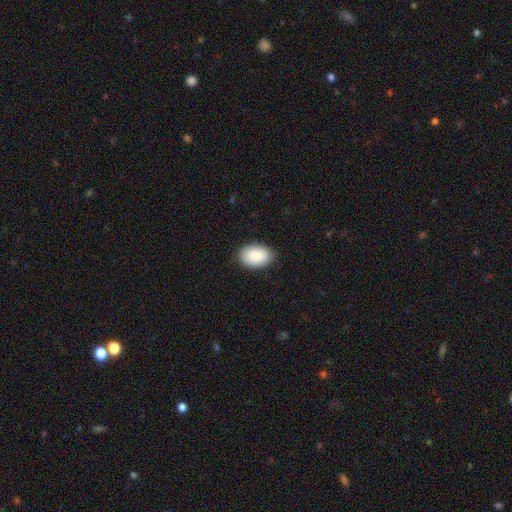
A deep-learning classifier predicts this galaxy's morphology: A smooth galaxy with no disk features (88%) that is in between round and cigar-shaped (90%). Merging: none (85%).